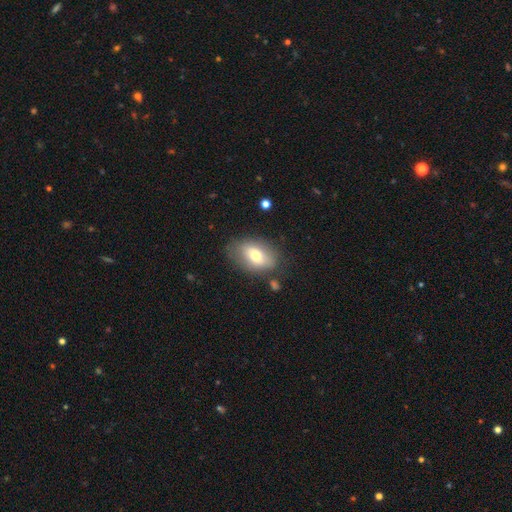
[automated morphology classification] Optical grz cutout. It shows a smooth galaxy with no disk features (66%) that is in between round and cigar-shaped (87%). Merging: none (73%).